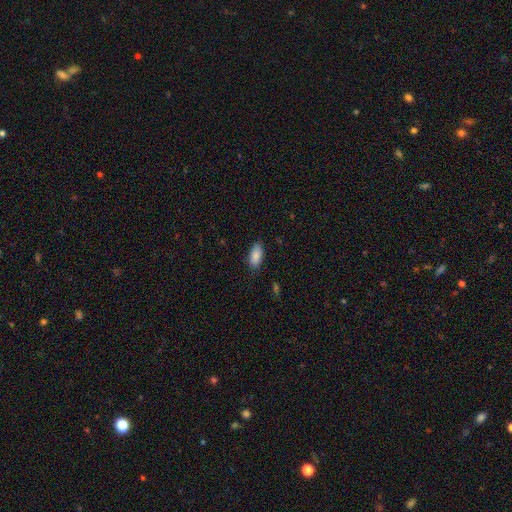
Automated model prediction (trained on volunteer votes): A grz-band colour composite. It shows a smooth galaxy with no disk features (88%) that is in between round and cigar-shaped (90%). Merging: none (82%).